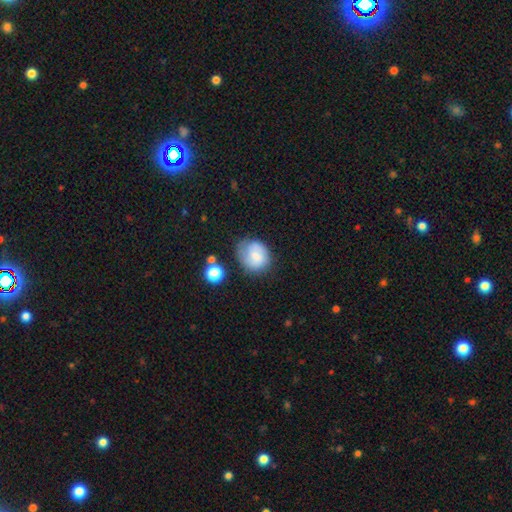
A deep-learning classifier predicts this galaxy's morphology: smooth_or_featured: smooth (p=0.60) [alt: featured or disk p=0.30]
how_rounded: round (p=0.63) [alt: in between p=0.36]
merging: none (p=0.60) [alt: minor disturbance p=0.26]